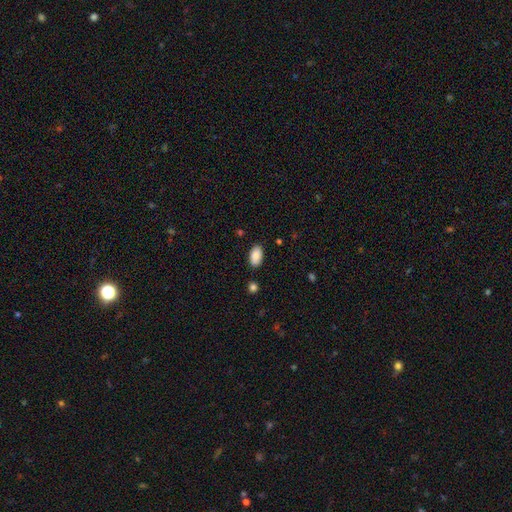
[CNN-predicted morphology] smooth-or-featured: smooth: 88% | star or artifact: 7% | featured or disk: 6%
  how-rounded: in between: 95% | round: 3% | cigar-shaped: 2%
  merging: none: 86% | minor disturbance: 10% | major disturbance: 2% | merger: 2%